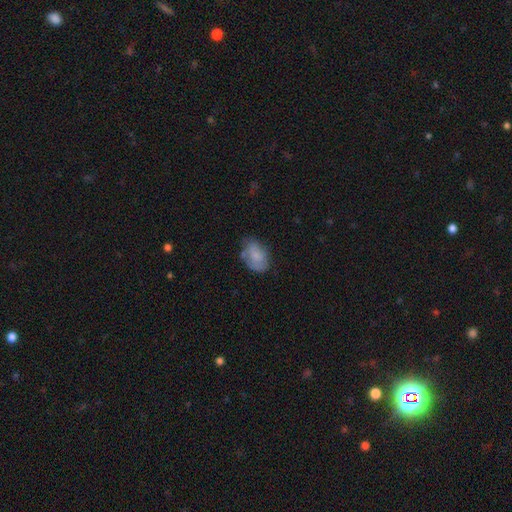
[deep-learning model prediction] smooth-or-featured: smooth: 73% | featured or disk: 20% | star or artifact: 8%
  how-rounded: in between: 83% | round: 16% | cigar-shaped: 1%
  merging: none: 57% | minor disturbance: 29% | major disturbance: 10% | merger: 4%